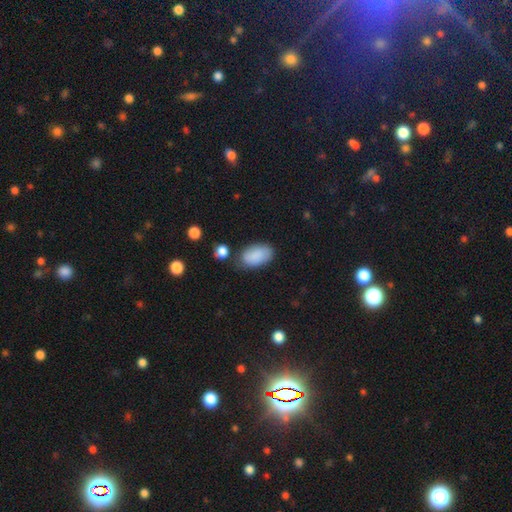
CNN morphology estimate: Smooth or featured: smooth — 86% (featured or disk — 7%)
How rounded: in between — 94% (round — 5%)
Merging: none — 70% (minor disturbance — 19%)